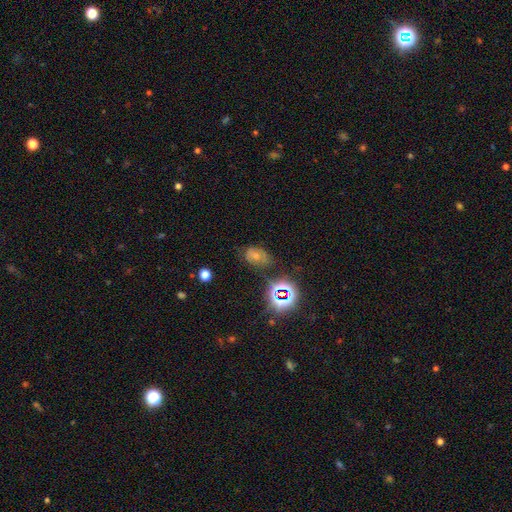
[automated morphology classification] This appears to be a smooth galaxy with no disk features (52%) that is in between round and cigar-shaped (78%). Merging: none (57%).